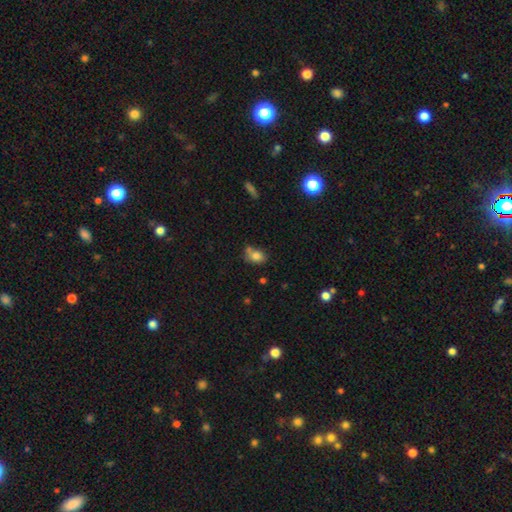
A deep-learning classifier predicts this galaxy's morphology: Smooth or featured: smooth — 79% (star or artifact — 11%)
How rounded: in between — 67% (round — 31%)
Merging: none — 50% (minor disturbance — 22%)